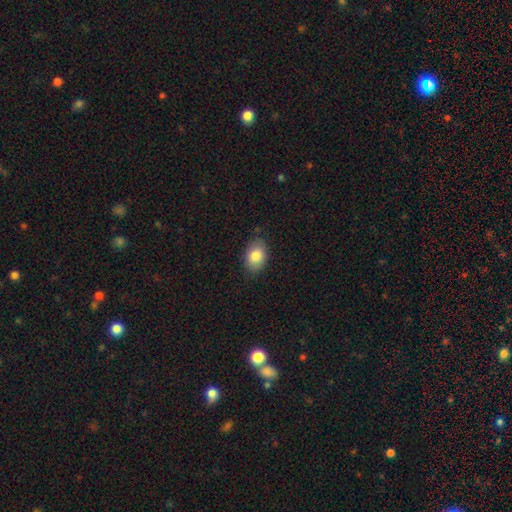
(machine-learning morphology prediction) smooth 84%, featured or disk 9%, star or artifact 7%. Down the decision tree: how rounded — in between (83%); merging — none (82%).